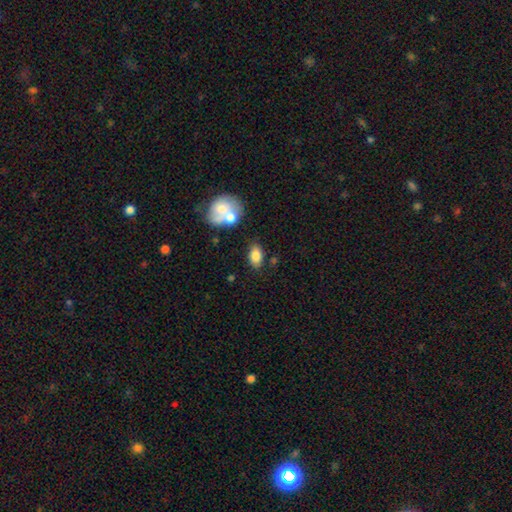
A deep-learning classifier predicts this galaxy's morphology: This is clearly a smooth galaxy (82%). How rounded: clearly in between (89%). Merging: likely none (75%).